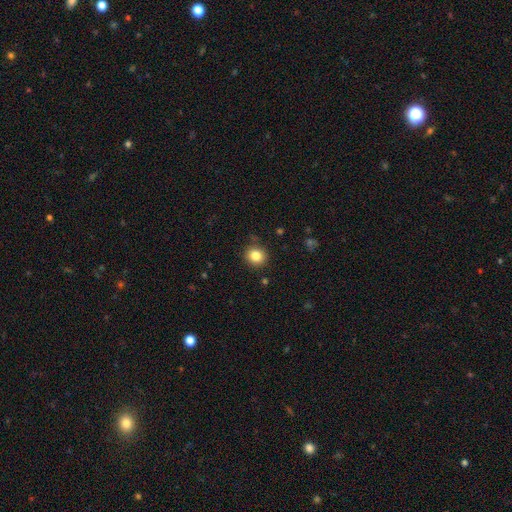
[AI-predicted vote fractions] Smooth or featured? smooth (83%)
How rounded? round (87%)
Merging? none (88%)